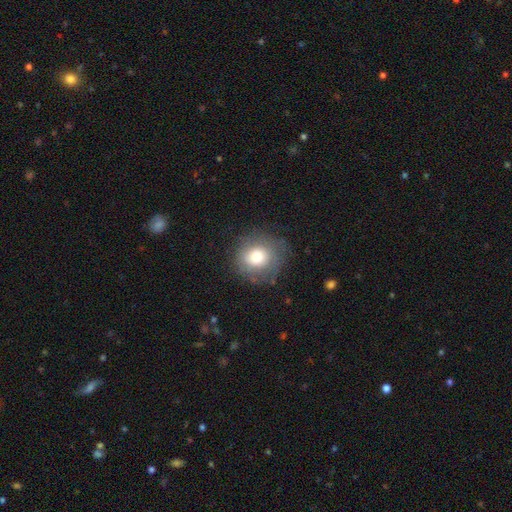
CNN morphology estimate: This appears to be a smooth galaxy with no disk features (72%) that is round (85%). Merging: none (74%).